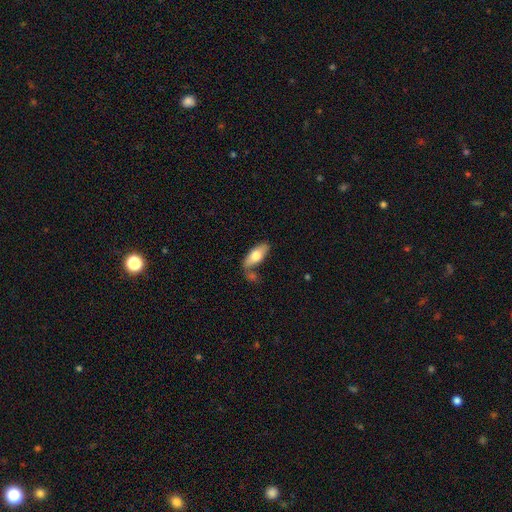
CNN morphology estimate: A smooth galaxy with no disk features (69%) that is in between round and cigar-shaped (79%).

Vote fractions:
- Smooth or featured? smooth: 69% / featured or disk: 26% / star or artifact: 5%
- How rounded? in between: 79% / cigar-shaped: 19% / round: 3%
- Merging? none: 60% / merger: 18% / minor disturbance: 17% / major disturbance: 5%